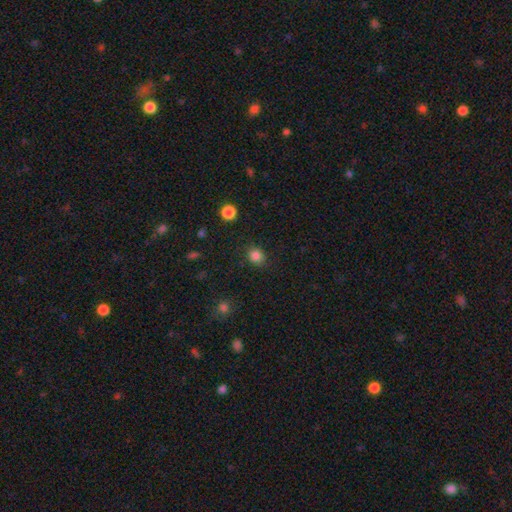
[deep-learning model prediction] A smooth galaxy with no disk features (84%) that is round (74%). Merging: none (86%).